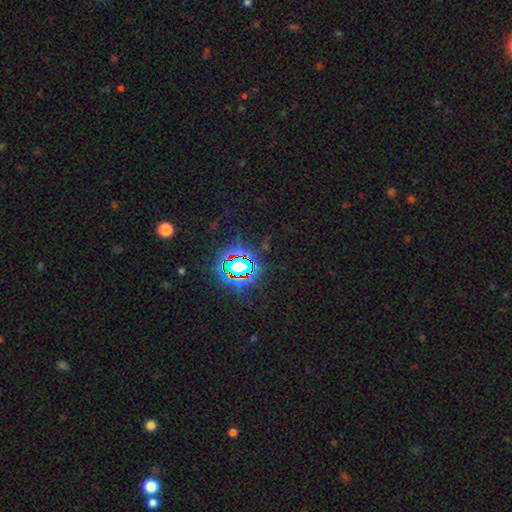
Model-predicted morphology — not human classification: This is clearly a star or artifact rather than a galaxy (83%).